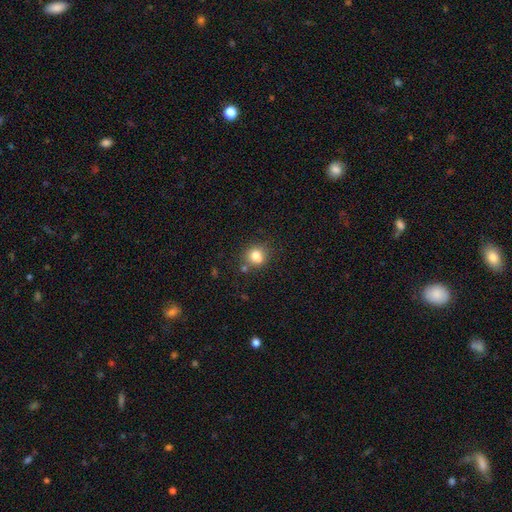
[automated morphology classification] A smooth galaxy with no disk features (80%) that is round (82%).

Vote fractions:
- Smooth or featured? smooth: 80% / star or artifact: 12% / featured or disk: 8%
- How rounded? round: 82% / in between: 17% / cigar-shaped: 1%
- Merging? none: 72% / minor disturbance: 14% / merger: 10% / major disturbance: 4%